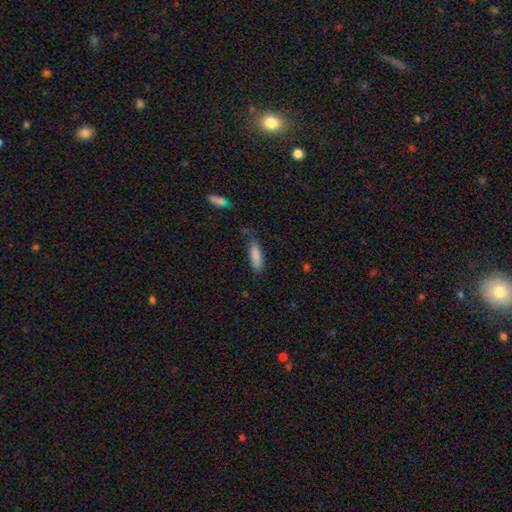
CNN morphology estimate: This is clearly a smooth galaxy (87%). How rounded: possibly in between (50%). Merging: likely none (77%).